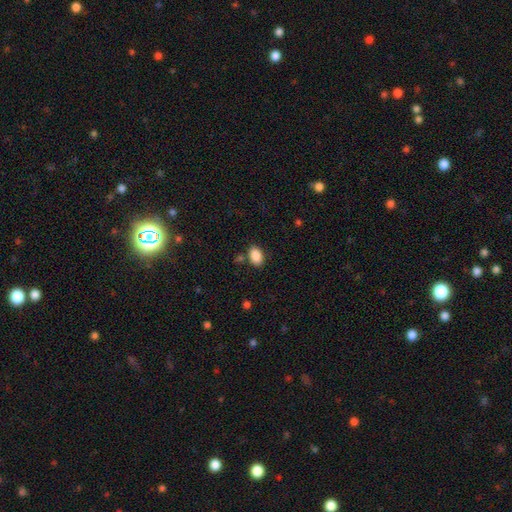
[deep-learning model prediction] Overall: smooth (88%). How rounded: in between (86%). Merging: none (80%).